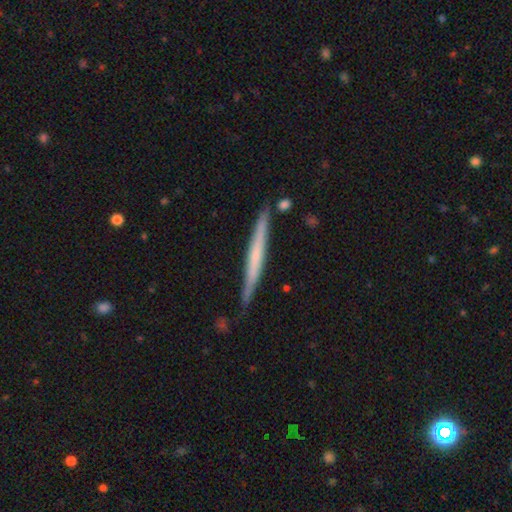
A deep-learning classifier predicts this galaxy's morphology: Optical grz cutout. It shows a featured or disk galaxy (51%) viewed edge-on (96%). Merging: none (83%).